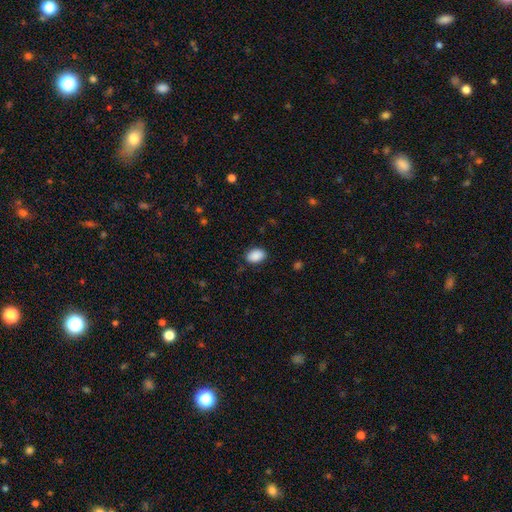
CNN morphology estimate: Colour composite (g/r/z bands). It shows a smooth galaxy with no disk features (90%) that is in between round and cigar-shaped (86%). Merging: none (85%).